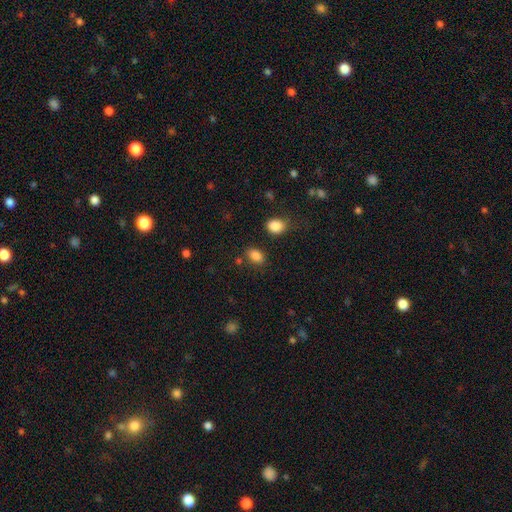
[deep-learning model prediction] A smooth galaxy with no disk features (85%) that is in between round and cigar-shaped (81%). Merging: none (77%).